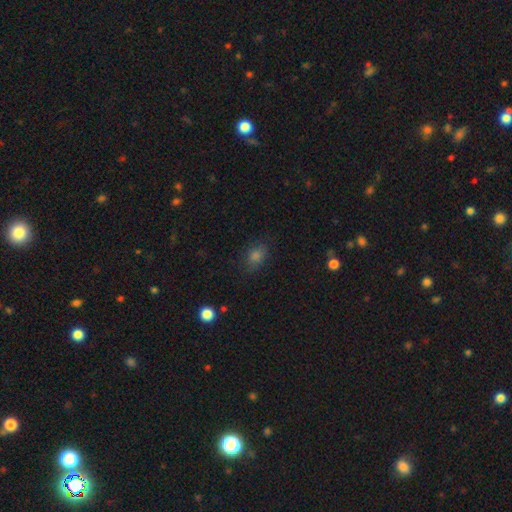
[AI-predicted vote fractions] Morphology: type=smooth (74%); roundness=in between (65%); merging=none (79%).